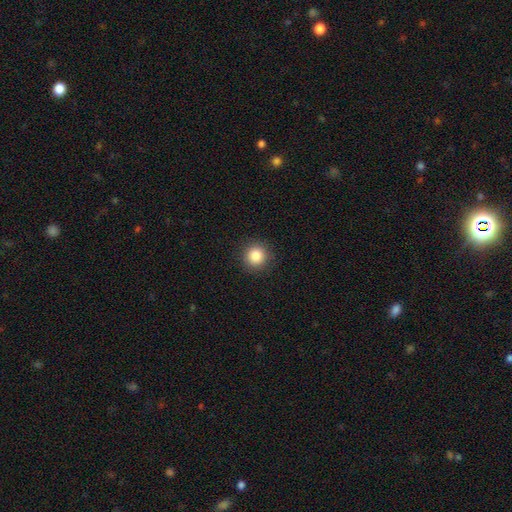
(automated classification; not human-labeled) Smooth or featured? Predicted: smooth (p=0.84). How rounded? Predicted: round (p=0.93). Merging? Predicted: none (p=0.91).